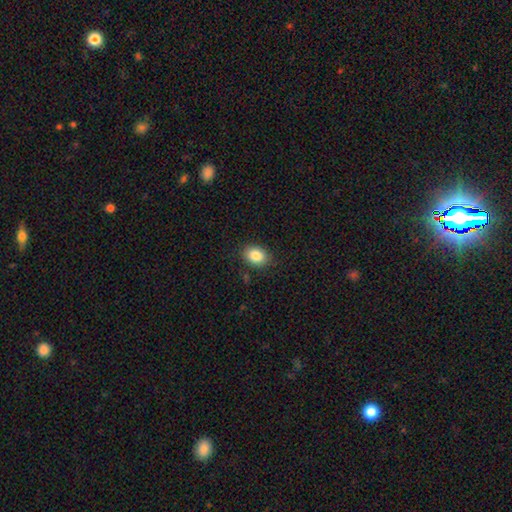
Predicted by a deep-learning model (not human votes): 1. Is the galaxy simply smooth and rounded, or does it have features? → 85% smooth, 9% star or artifact, 6% featured or disk.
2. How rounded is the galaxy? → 67% in between, 32% round, 1% cigar-shaped.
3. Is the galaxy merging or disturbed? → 86% none, 10% minor disturbance, 3% major disturbance, 1% merger.